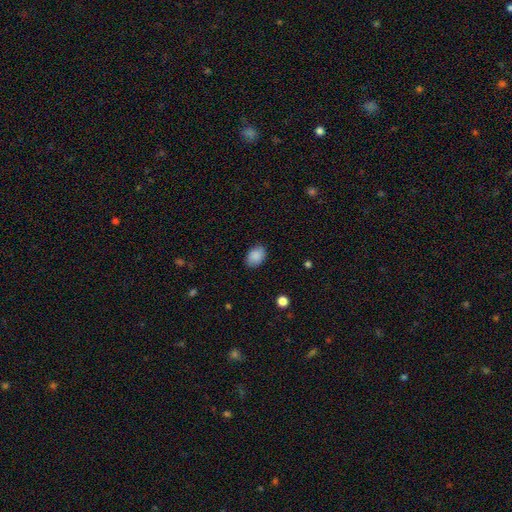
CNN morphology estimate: This appears to be a smooth galaxy with no disk features (88%) that is in between round and cigar-shaped (78%). Merging: none (83%).